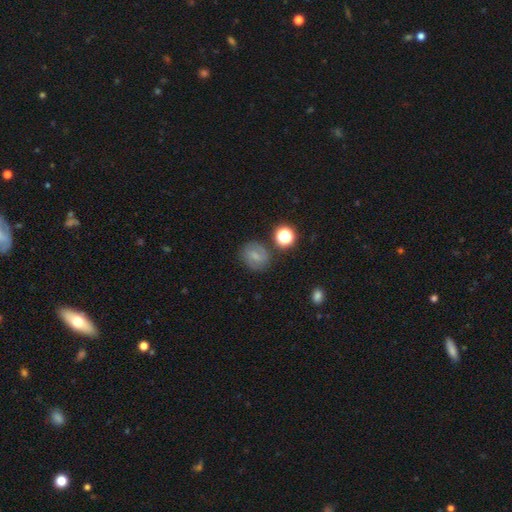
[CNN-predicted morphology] smooth 46%, featured or disk 40%, star or artifact 14%. Down the decision tree: merging — none (77%).